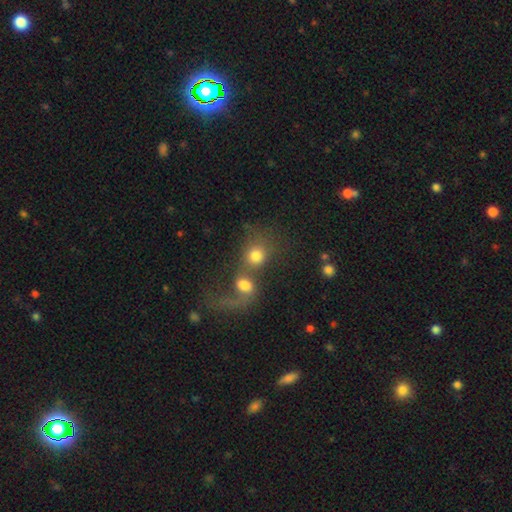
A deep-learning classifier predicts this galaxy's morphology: This is likely a smooth galaxy (67%). How rounded: likely round (73%). Merging: likely merger (69%).